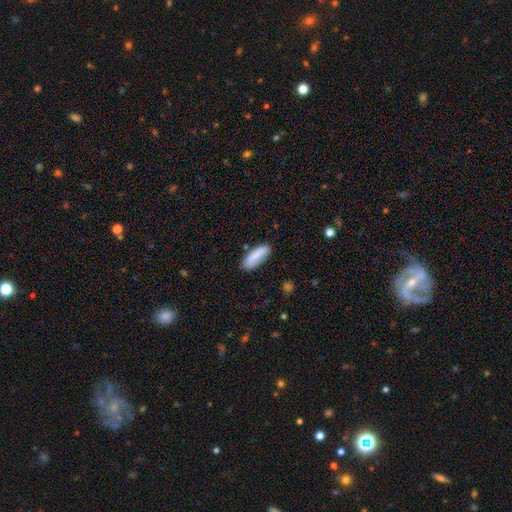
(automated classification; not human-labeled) Morphology: type=smooth (83%); roundness=in between (65%); merging=none (75%).